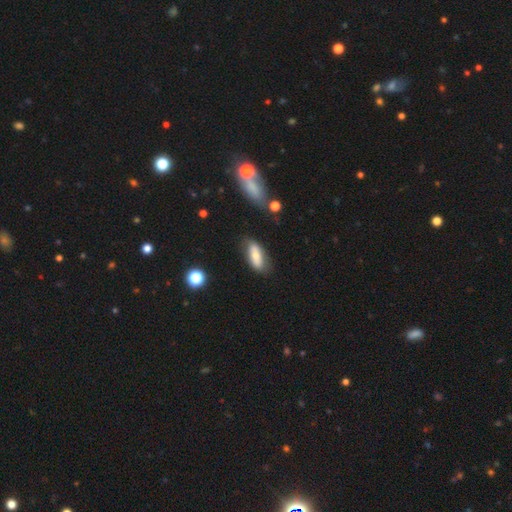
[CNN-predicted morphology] Smooth or featured?
  - smooth: 65% *
  - featured or disk: 28%
  - star or artifact: 7%
How rounded?
  - in between: 76% *
  - cigar-shaped: 21%
  - round: 3%
Merging?
  - none: 69% *
  - minor disturbance: 21%
  - major disturbance: 7%
  - merger: 4%